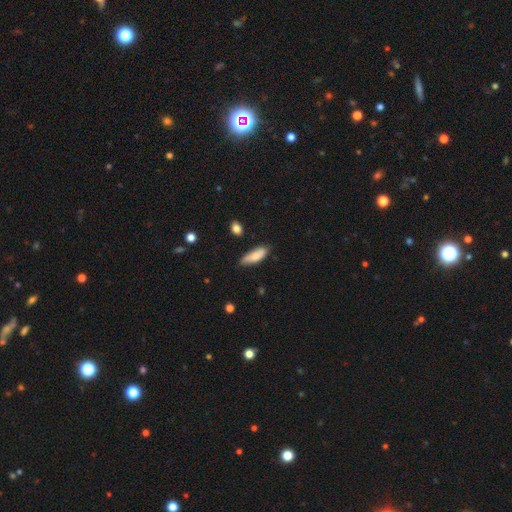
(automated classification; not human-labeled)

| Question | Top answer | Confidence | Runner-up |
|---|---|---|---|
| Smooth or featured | smooth | 78% | featured or disk (15%) |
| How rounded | in between | 65% | cigar-shaped (33%) |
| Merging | none | 70% | minor disturbance (23%) |